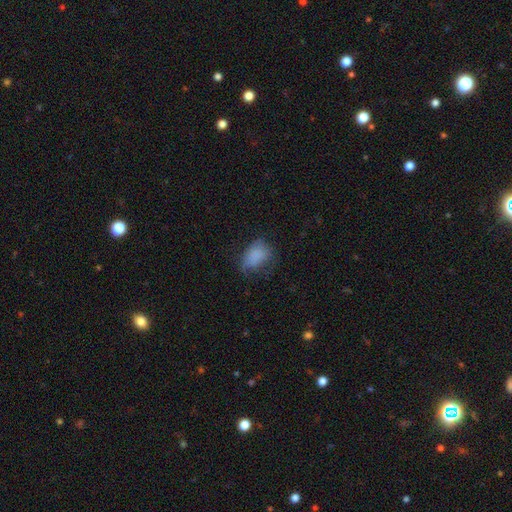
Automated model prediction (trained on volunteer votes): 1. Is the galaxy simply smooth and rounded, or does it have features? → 78% smooth, 12% featured or disk, 10% star or artifact.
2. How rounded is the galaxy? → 79% in between, 20% round, 2% cigar-shaped.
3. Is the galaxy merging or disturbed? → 45% none, 33% minor disturbance, 20% major disturbance, 2% merger.